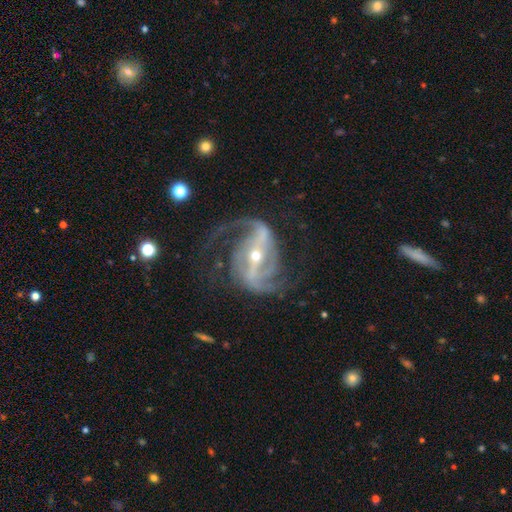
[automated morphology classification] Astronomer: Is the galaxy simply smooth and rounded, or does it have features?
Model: featured or disk — 92%.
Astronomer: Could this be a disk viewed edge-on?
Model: no — 97%.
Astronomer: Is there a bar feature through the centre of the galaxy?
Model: strong — 69%.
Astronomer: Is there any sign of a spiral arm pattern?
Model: yes — 98%.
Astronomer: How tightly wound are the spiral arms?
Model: medium — 49% (runner-up: loose, 39%).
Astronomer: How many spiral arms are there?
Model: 2 — 80%.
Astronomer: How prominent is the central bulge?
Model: small — 61%.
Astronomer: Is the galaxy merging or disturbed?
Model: none — 65%.